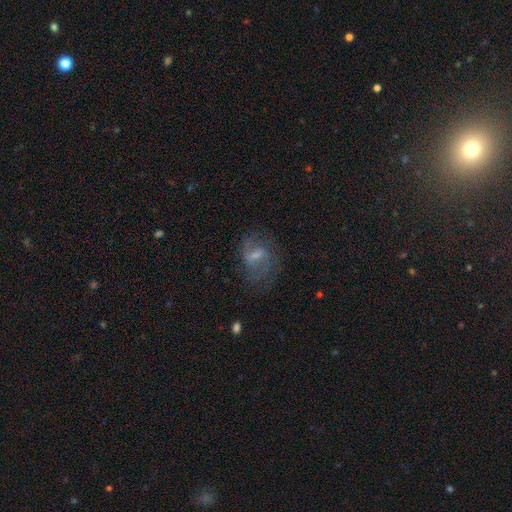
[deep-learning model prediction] This appears to be a featured or disk galaxy (60%) with a weak bar (56%), spiral arms (75%) and a small central bulge (41%). Merging: none (55%).